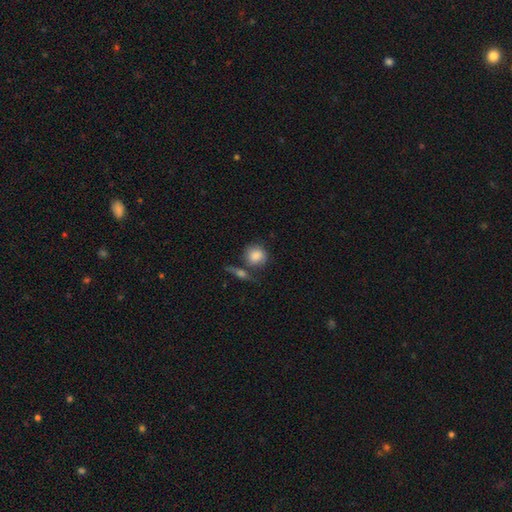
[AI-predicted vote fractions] The model was most divided on "merging": none: 57%, merger: 20%, minor disturbance: 17%, major disturbance: 7%. More confident: smooth or featured — smooth (84%); how rounded — round (77%).